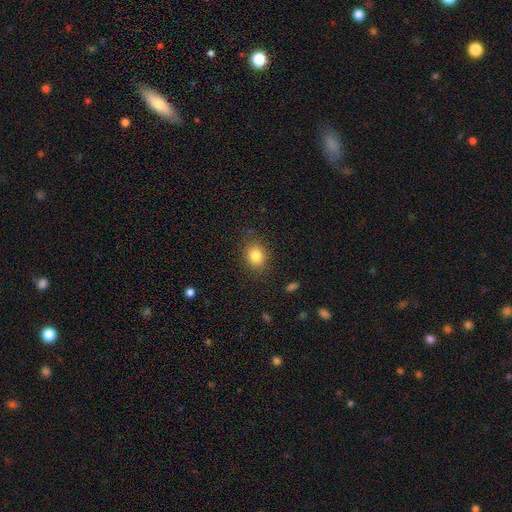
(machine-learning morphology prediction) smooth-or-featured: smooth: 83% | star or artifact: 10% | featured or disk: 7%
  how-rounded: round: 56% | in between: 43% | cigar-shaped: 1%
  merging: none: 84% | minor disturbance: 11% | major disturbance: 3% | merger: 1%